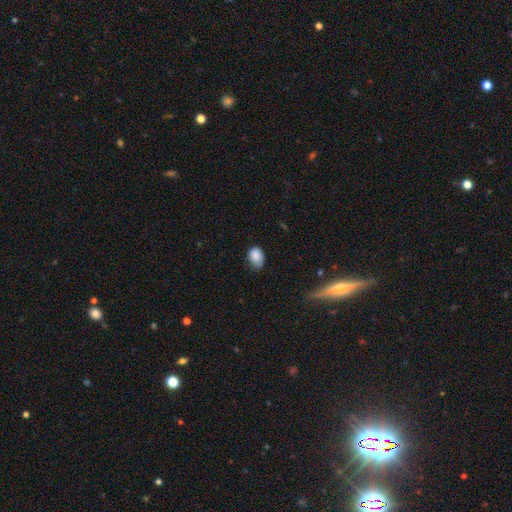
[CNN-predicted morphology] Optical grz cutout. It shows a smooth galaxy with no disk features (86%) that is in between round and cigar-shaped (81%). Merging: none (56%).